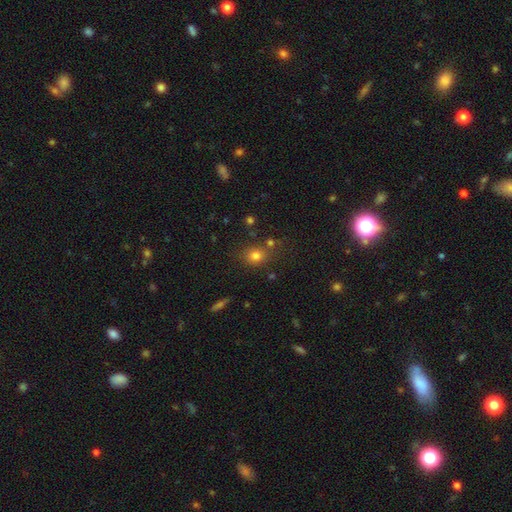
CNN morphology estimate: type=smooth (77%); roundness=round (68%); merging=none (69%).